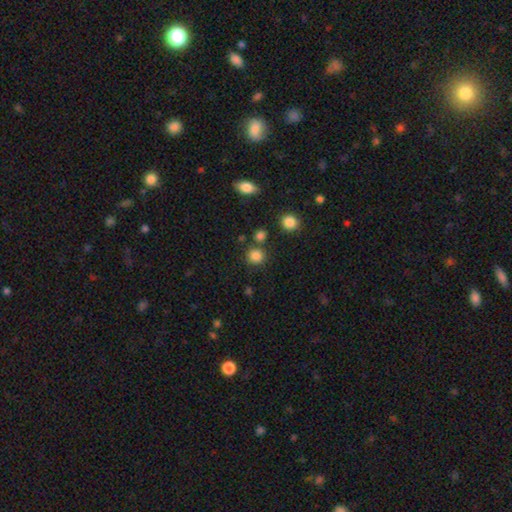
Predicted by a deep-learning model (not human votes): Smooth or featured? smooth (83%)
How rounded? round (90%)
Merging? none (78%)